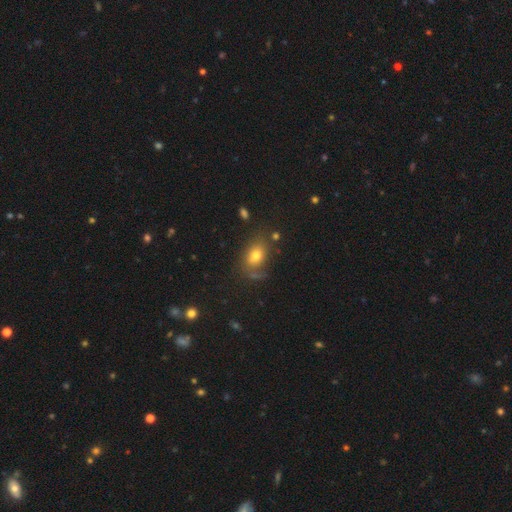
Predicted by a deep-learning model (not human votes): Q: Smooth or featured?
A: smooth (71%); runner-up: featured or disk (16%)
Q: How rounded?
A: in between (74%); runner-up: round (24%)
Q: Merging?
A: none (65%); runner-up: minor disturbance (18%)